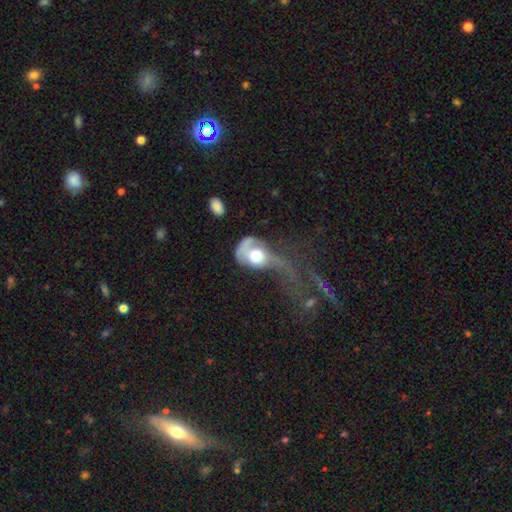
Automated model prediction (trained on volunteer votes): This appears to be a smooth galaxy with no disk features (47%). Merging: major disturbance (67%).